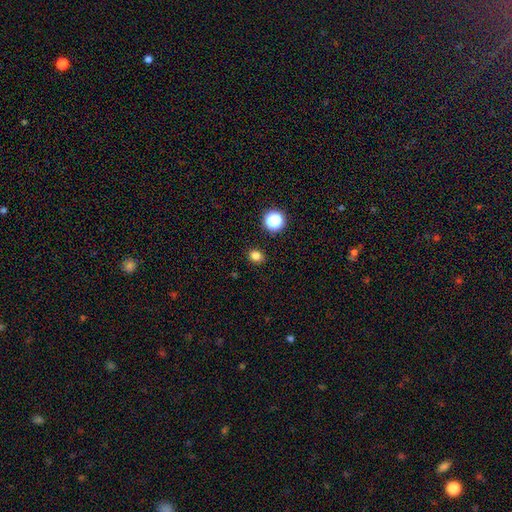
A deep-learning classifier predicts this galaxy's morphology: smooth 81%, star or artifact 15%, featured or disk 4%. Down the decision tree: how rounded — round (61%); merging — none (89%).